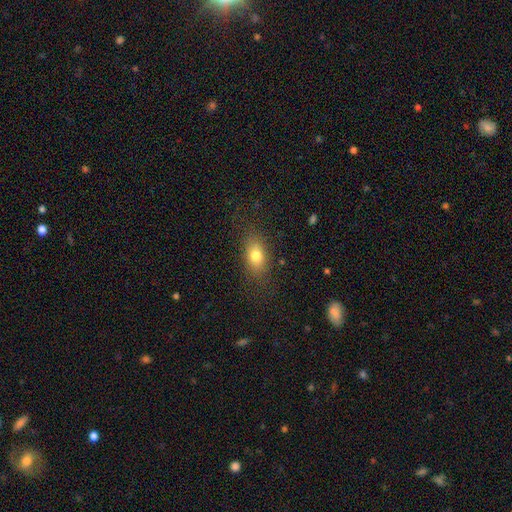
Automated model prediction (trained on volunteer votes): smooth-or-featured: smooth: 78% | featured or disk: 13% | star or artifact: 10%
  how-rounded: in between: 83% | round: 12% | cigar-shaped: 5%
  merging: none: 81% | minor disturbance: 13% | major disturbance: 5% | merger: 1%